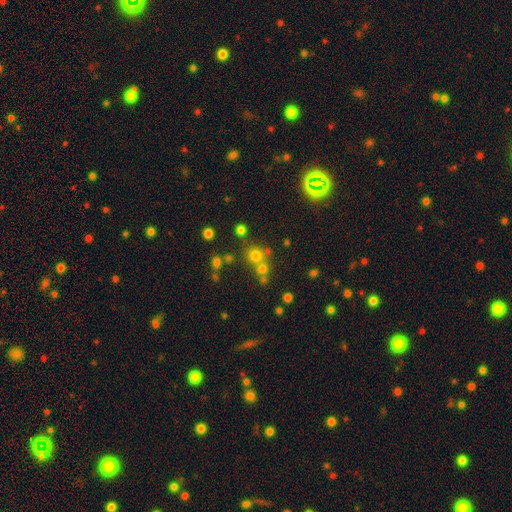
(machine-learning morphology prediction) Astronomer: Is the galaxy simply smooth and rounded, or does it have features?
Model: smooth — 67%.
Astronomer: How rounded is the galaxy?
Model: round — 89%.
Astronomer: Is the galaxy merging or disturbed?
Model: none — 61%.